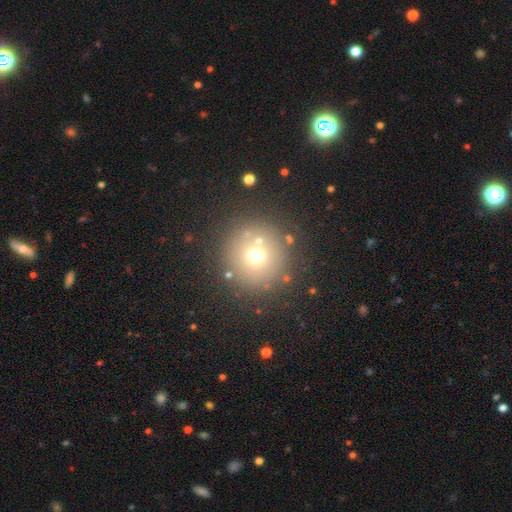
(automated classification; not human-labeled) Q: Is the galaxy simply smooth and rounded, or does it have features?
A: smooth — 66%.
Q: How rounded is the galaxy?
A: round — 96%.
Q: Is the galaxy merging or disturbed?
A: none — 84%.